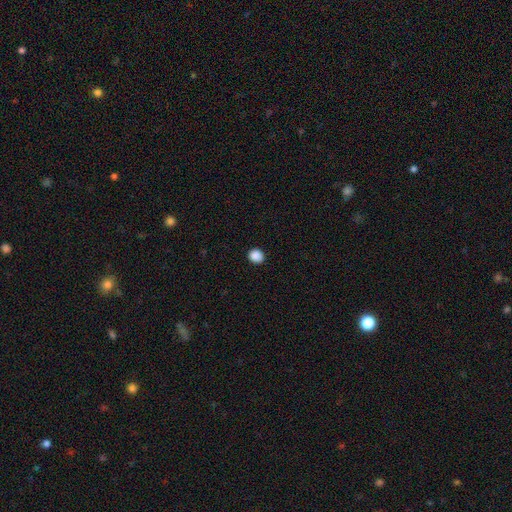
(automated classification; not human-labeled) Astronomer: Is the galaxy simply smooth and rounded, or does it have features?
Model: smooth — 89%.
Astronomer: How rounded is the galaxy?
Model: round — 84%.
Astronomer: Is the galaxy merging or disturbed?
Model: none — 91%.